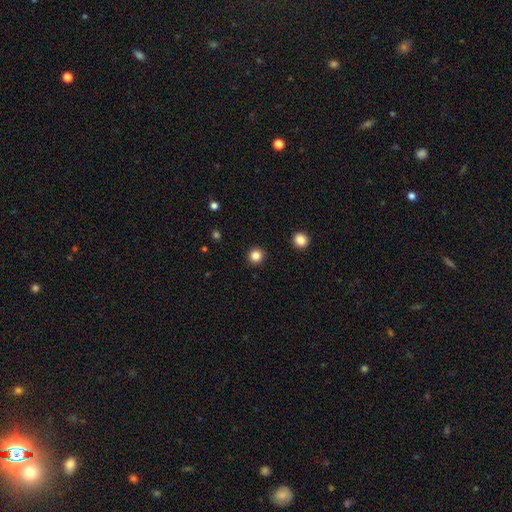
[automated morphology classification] type=smooth (84%); roundness=round (95%); merging=none (93%).